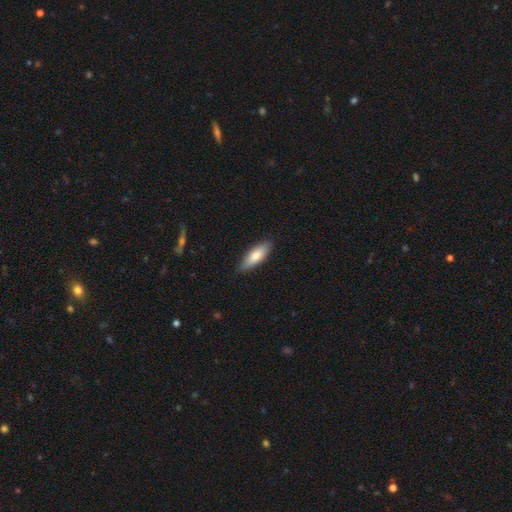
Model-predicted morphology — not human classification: smooth 76%, featured or disk 18%, star or artifact 6%. Down the decision tree: how rounded — in between (57%); merging — none (85%).